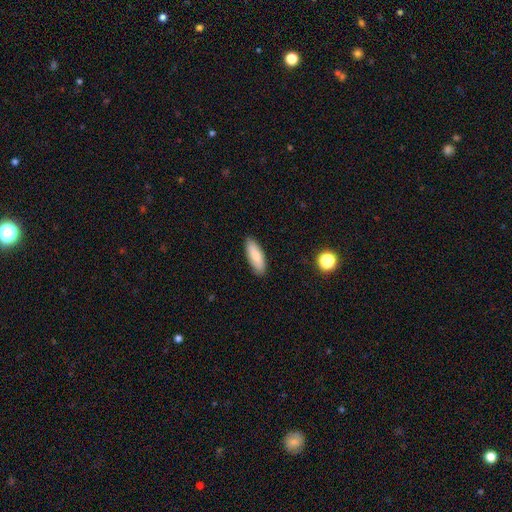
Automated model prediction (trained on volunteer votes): A smooth galaxy with no disk features (77%) that is in between round and cigar-shaped (67%).

Vote fractions:
- Smooth or featured? smooth: 77% / featured or disk: 17% / star or artifact: 6%
- How rounded? in between: 67% / cigar-shaped: 31% / round: 2%
- Merging? none: 88% / minor disturbance: 9% / major disturbance: 2% / merger: 1%